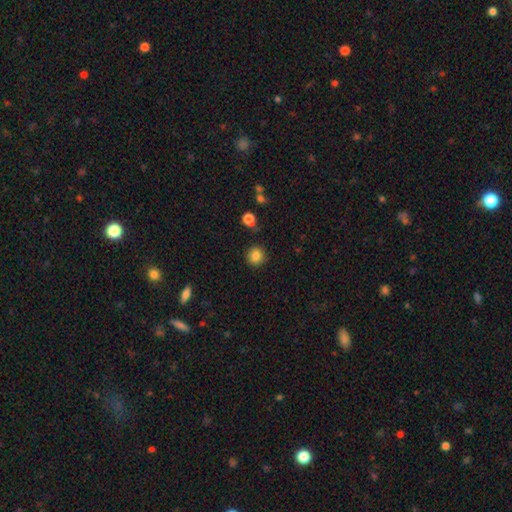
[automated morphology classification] Smooth or featured: smooth — 85% (star or artifact — 10%)
How rounded: round — 90% (in between — 9%)
Merging: none — 88% (minor disturbance — 8%)